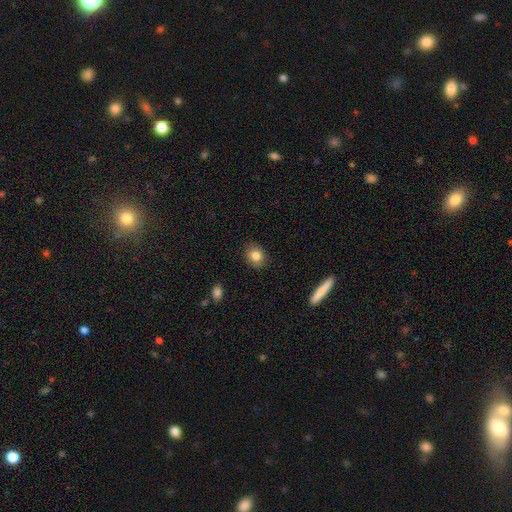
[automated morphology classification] This is clearly a smooth galaxy (83%). How rounded: likely round (61%). Merging: clearly none (87%).